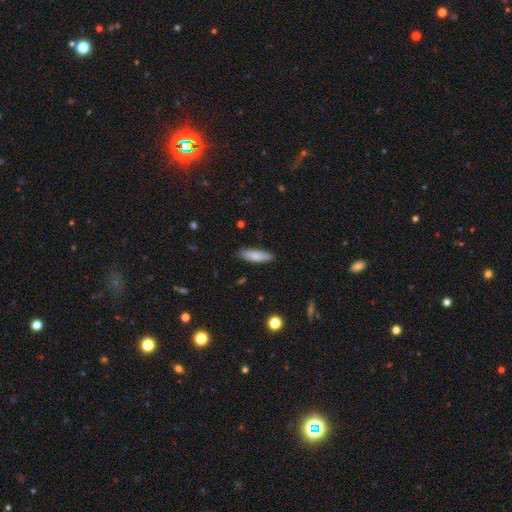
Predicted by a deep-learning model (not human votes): This is clearly a smooth galaxy (83%). How rounded: possibly cigar-shaped (50%). Merging: clearly none (87%).